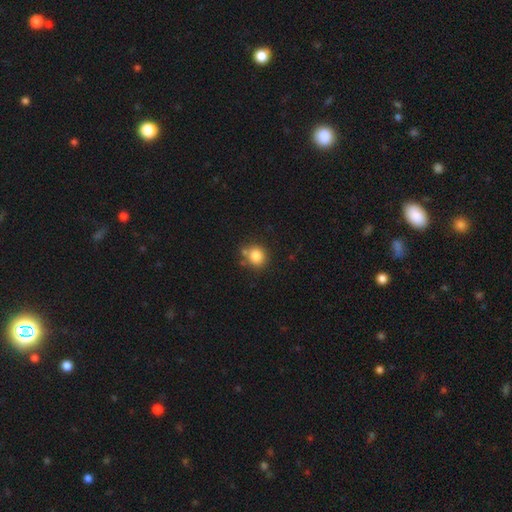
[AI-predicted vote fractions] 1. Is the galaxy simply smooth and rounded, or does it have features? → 83% smooth, 11% star or artifact, 7% featured or disk.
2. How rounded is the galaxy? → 84% round, 15% in between, 1% cigar-shaped.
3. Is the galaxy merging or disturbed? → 69% none, 14% minor disturbance, 13% merger, 4% major disturbance.